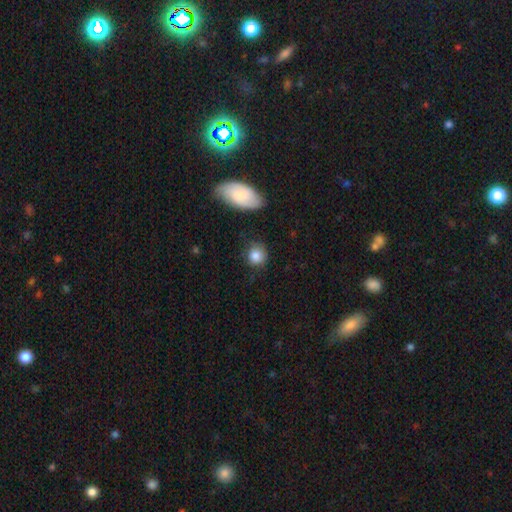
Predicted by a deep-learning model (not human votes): Smooth or featured?
  - smooth: 85% *
  - star or artifact: 8%
  - featured or disk: 7%
How rounded?
  - round: 81% *
  - in between: 17%
  - cigar-shaped: 1%
Merging?
  - none: 70% *
  - minor disturbance: 21%
  - major disturbance: 6%
  - merger: 3%